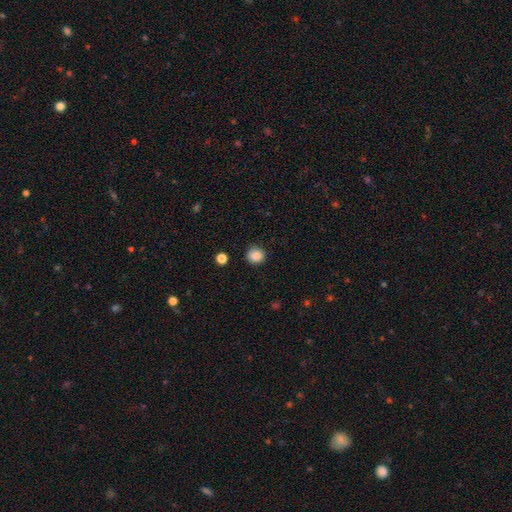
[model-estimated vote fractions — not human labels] Smooth or featured? Predicted: smooth (p=0.86). How rounded? Predicted: round (p=0.91). Merging? Predicted: none (p=0.90).